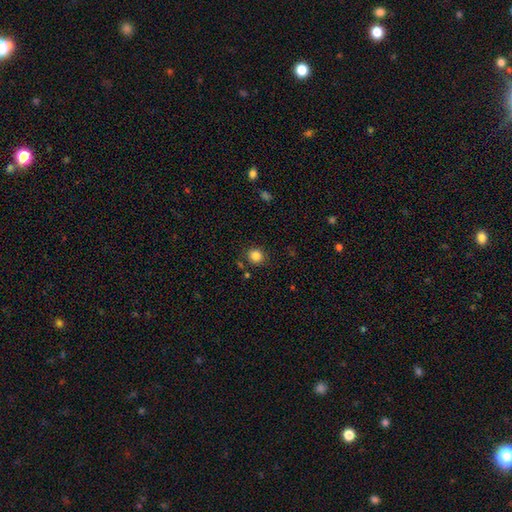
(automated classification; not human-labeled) A smooth galaxy with no disk features (84%) that is round (85%).

Vote fractions:
- Smooth or featured? smooth: 84% / star or artifact: 11% / featured or disk: 5%
- How rounded? round: 85% / in between: 14% / cigar-shaped: 1%
- Merging? none: 85% / minor disturbance: 9% / merger: 4% / major disturbance: 3%